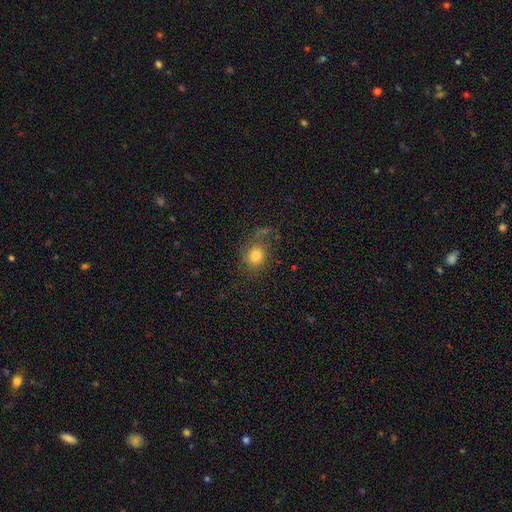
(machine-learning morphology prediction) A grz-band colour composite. It shows a smooth galaxy with no disk features (78%) that is round (74%). Merging: none (66%).